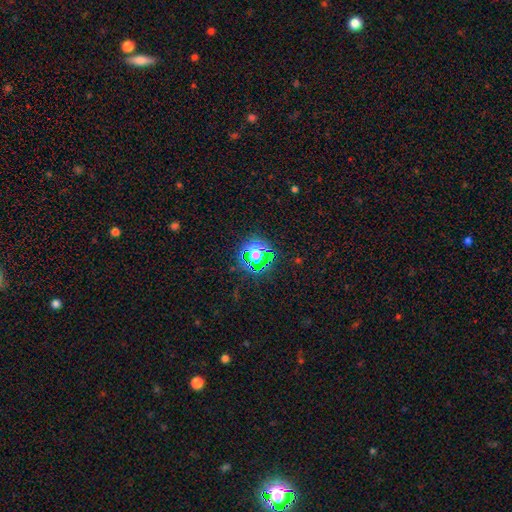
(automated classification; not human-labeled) Overall: star or artifact (63%; smooth 27%).